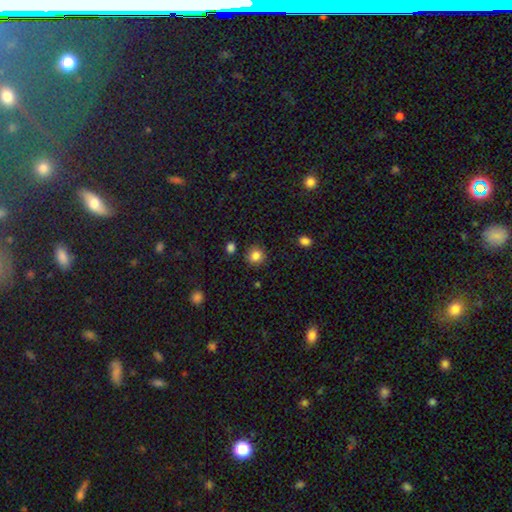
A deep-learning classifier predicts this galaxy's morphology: Smooth or featured? smooth (84%)
How rounded? round (86%)
Merging? none (86%)